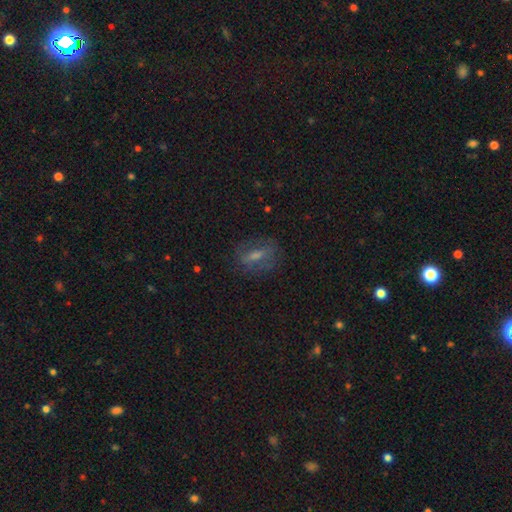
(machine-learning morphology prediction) A smooth galaxy with no disk features (41%, tied with featured or disk). Merging: none (75%).